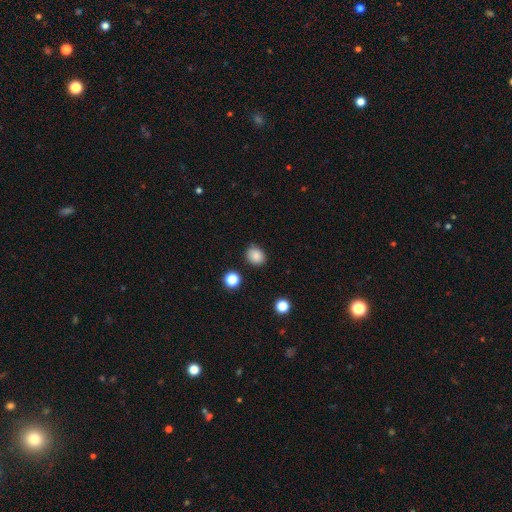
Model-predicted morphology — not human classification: Q: Smooth or featured?
A: smooth (86%); runner-up: star or artifact (11%)
Q: How rounded?
A: round (59%); runner-up: in between (40%)
Q: Merging?
A: none (84%); runner-up: minor disturbance (11%)